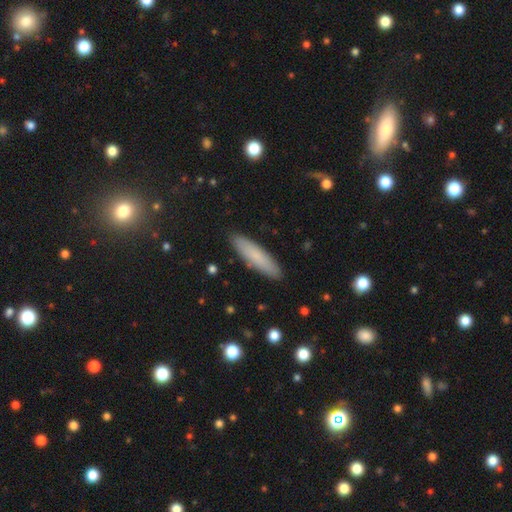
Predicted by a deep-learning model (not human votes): Smooth or featured: smooth — 77% (featured or disk — 16%)
How rounded: cigar-shaped — 79% (in between — 20%)
Merging: none — 90% (minor disturbance — 7%)